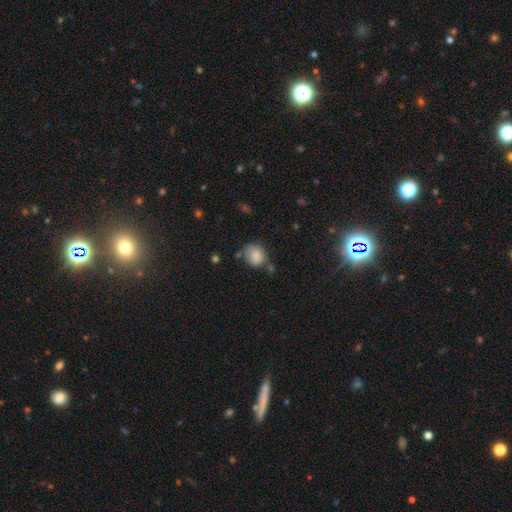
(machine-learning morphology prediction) A smooth galaxy with no disk features (83%) that is round (62%).

Vote fractions:
- Smooth or featured? smooth: 83% / star or artifact: 9% / featured or disk: 8%
- How rounded? round: 62% / in between: 37% / cigar-shaped: 1%
- Merging? none: 53% / minor disturbance: 28% / merger: 10% / major disturbance: 9%